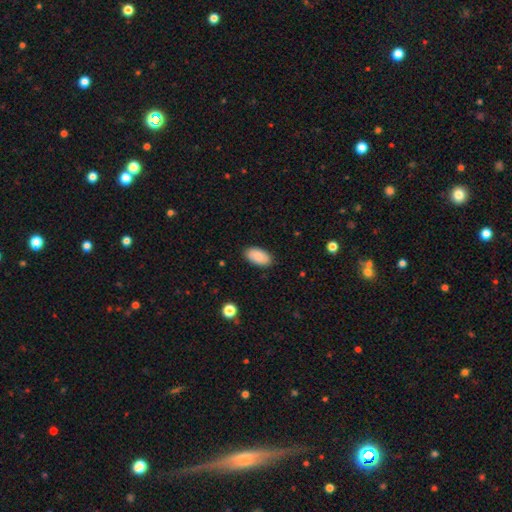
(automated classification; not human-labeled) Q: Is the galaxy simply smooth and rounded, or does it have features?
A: smooth — 86%.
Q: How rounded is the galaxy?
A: in between — 95%.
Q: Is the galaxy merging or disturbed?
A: none — 87%.